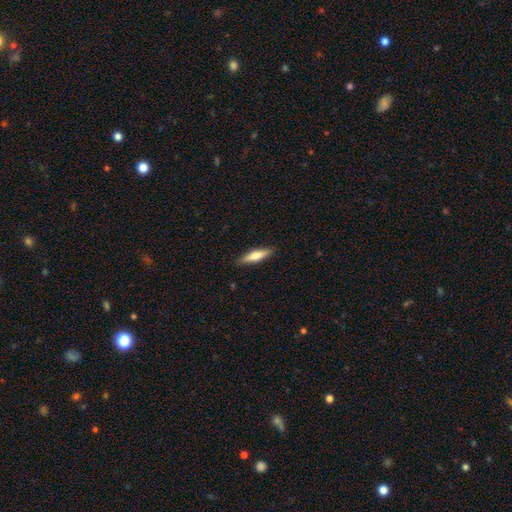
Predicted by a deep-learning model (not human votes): A smooth galaxy with no disk features (64%) that is cigar-shaped (75%).

Vote fractions:
- Smooth or featured? smooth: 64% / featured or disk: 30% / star or artifact: 6%
- How rounded? cigar-shaped: 75% / in between: 23% / round: 2%
- Merging? none: 88% / minor disturbance: 10% / major disturbance: 2% / merger: 1%